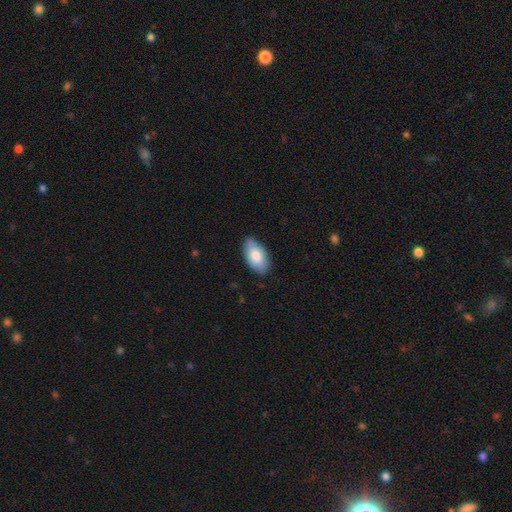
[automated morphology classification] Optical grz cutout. It shows a smooth galaxy with no disk features (81%) that is in between round and cigar-shaped (94%). Merging: none (85%).